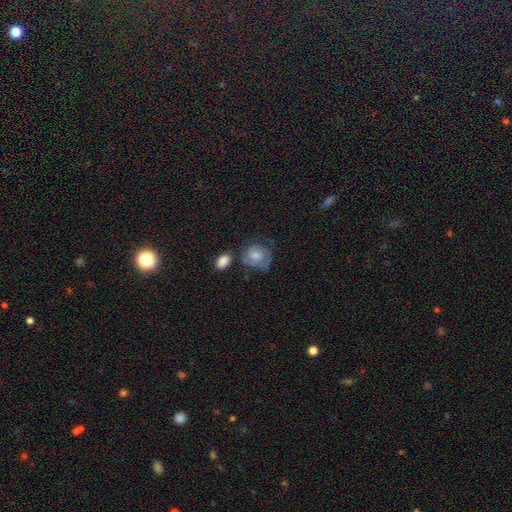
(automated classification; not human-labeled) smooth-or-featured: smooth: 49% | featured or disk: 43% | star or artifact: 8%
  merging: none: 46% | minor disturbance: 26% | major disturbance: 18% | merger: 10%